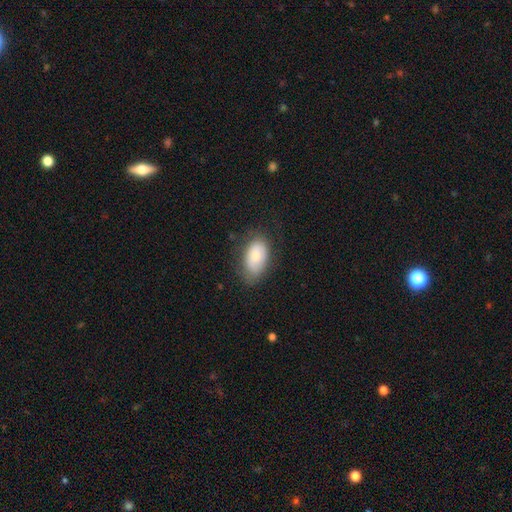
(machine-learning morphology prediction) Smooth or featured? smooth (74%)
How rounded? in between (93%)
Merging? none (70%)